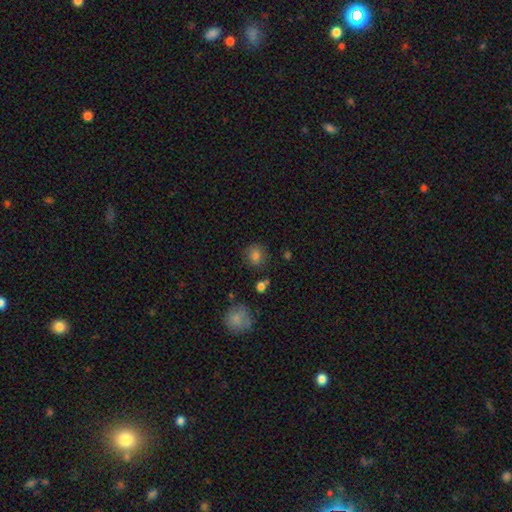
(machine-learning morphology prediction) Q: Smooth or featured?
A: smooth (82%); runner-up: star or artifact (12%)
Q: How rounded?
A: round (81%); runner-up: in between (18%)
Q: Merging?
A: none (80%); runner-up: minor disturbance (12%)